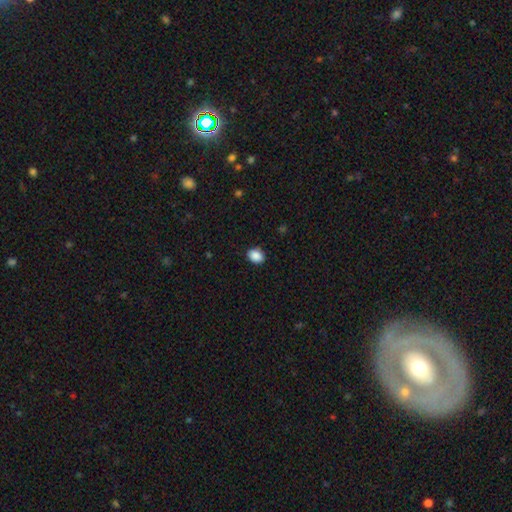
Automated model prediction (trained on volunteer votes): Overall: smooth (89%). How rounded: in between (61%; round 39%). Merging: none (88%).